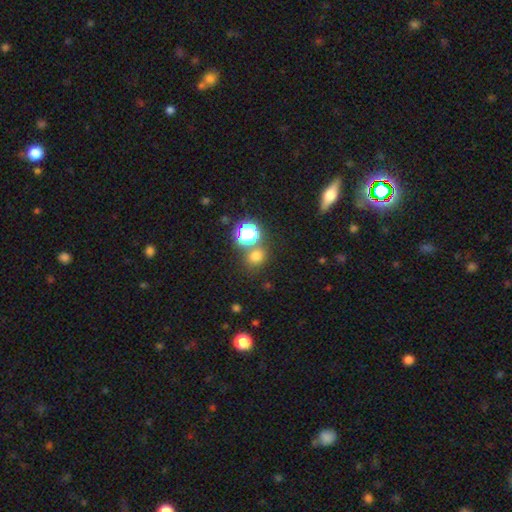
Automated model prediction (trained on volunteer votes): Smooth or featured?
  - smooth: 71% *
  - star or artifact: 23%
  - featured or disk: 6%
How rounded?
  - round: 80% *
  - in between: 19%
  - cigar-shaped: 1%
Merging?
  - none: 72% *
  - merger: 16%
  - minor disturbance: 8%
  - major disturbance: 3%